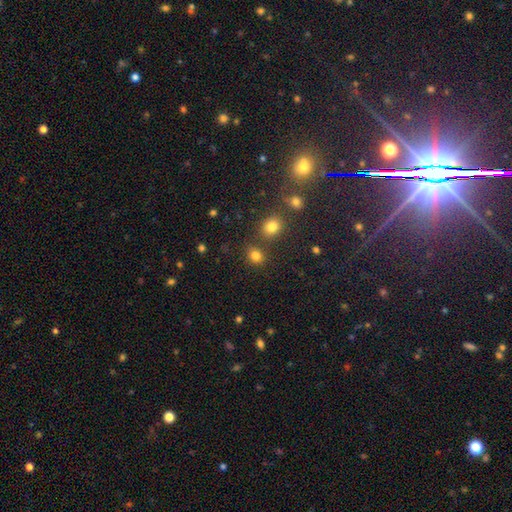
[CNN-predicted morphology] smooth-or-featured: smooth: 80% | star or artifact: 14% | featured or disk: 6%
  how-rounded: round: 70% | in between: 29% | cigar-shaped: 1%
  merging: none: 75% | merger: 12% | minor disturbance: 10% | major disturbance: 4%